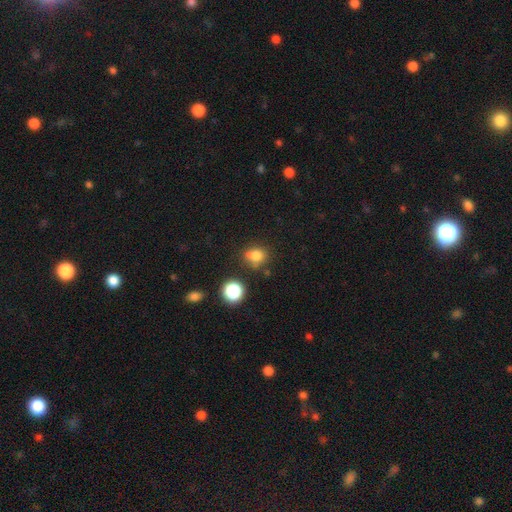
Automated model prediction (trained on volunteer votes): The model was most divided on "how rounded": round: 59%, in between: 40%, cigar-shaped: 1%. More confident: smooth or featured — smooth (77%); merging — none (65%).